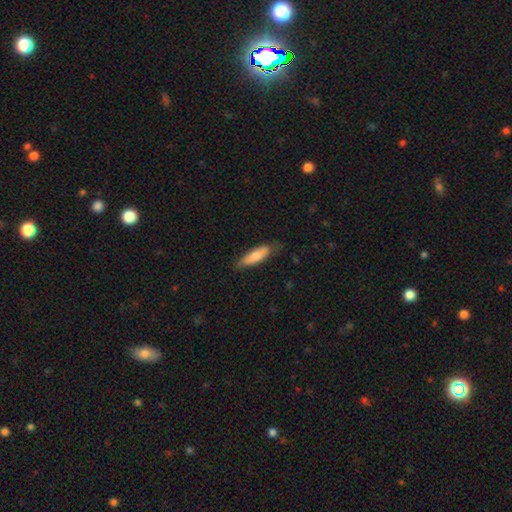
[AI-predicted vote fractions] Morphology: type=smooth (71%); roundness=cigar-shaped (56%); merging=none (77%).